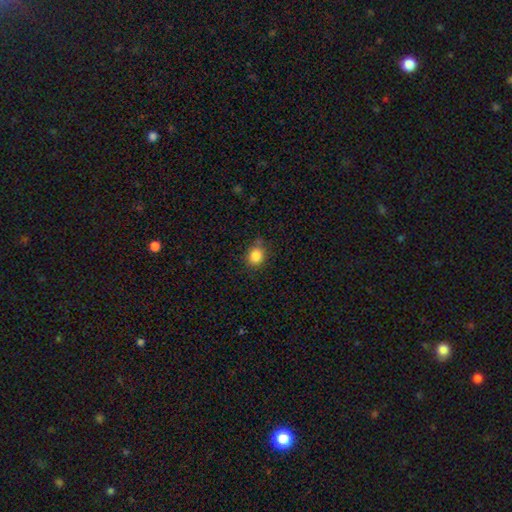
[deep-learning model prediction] A smooth galaxy with no disk features (86%) that is round (72%). Merging: none (76%).